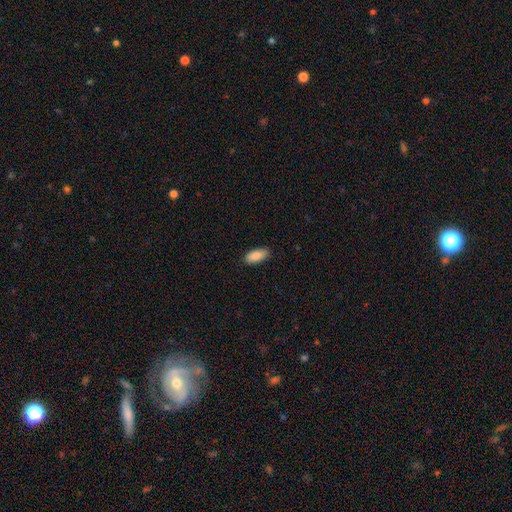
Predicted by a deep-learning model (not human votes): Morphology: type=smooth (88%); roundness=in between (89%); merging=none (87%).